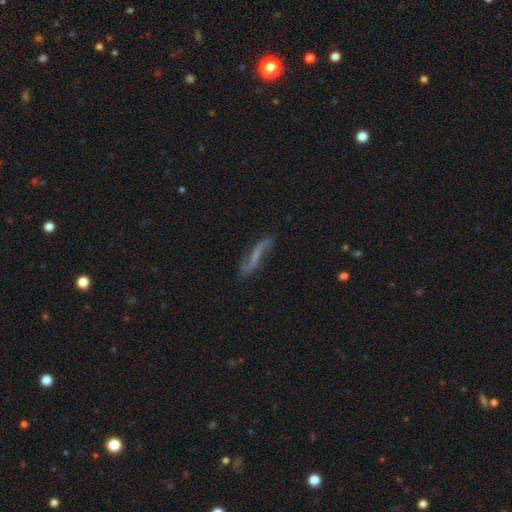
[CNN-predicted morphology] type=featured or disk (62%); edge-on=no (70%); merging=none (65%).